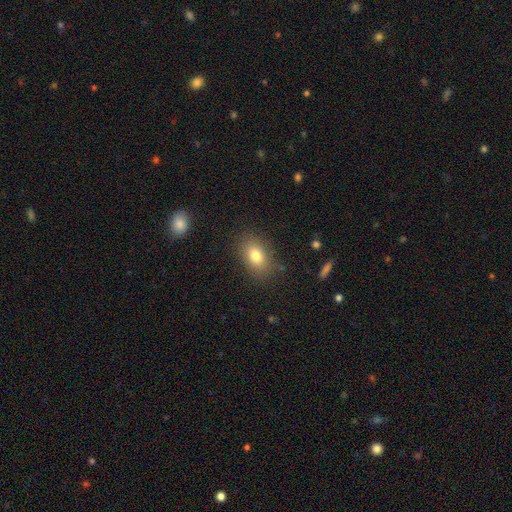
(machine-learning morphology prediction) smooth 79%, featured or disk 11%, star or artifact 10%. Down the decision tree: how rounded — in between (83%); merging — none (83%).